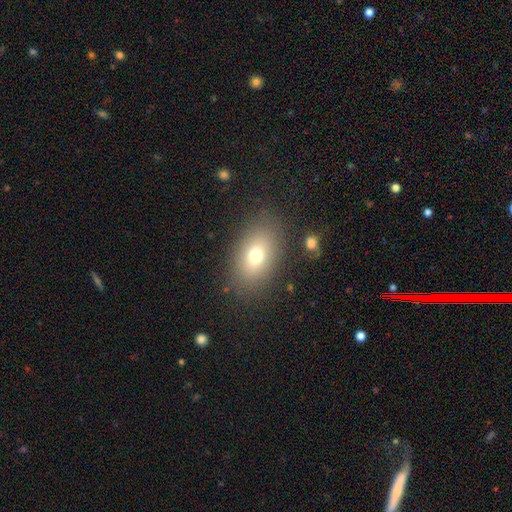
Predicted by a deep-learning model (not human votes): This is likely a smooth galaxy (73%). How rounded: clearly in between (83%). Merging: clearly none (83%).